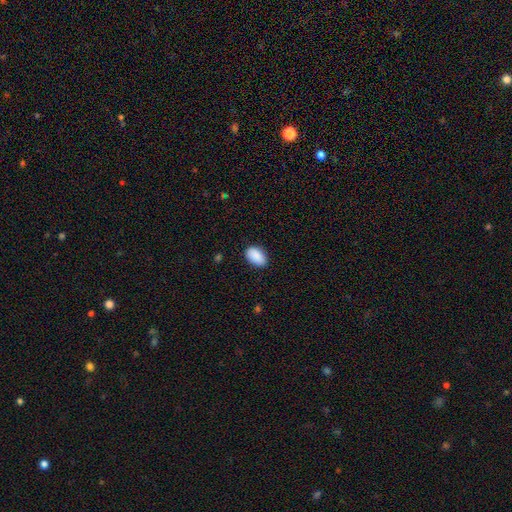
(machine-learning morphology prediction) Smooth or featured? Predicted: smooth (p=0.90). How rounded? Predicted: in between (p=0.92). Merging? Predicted: none (p=0.86).